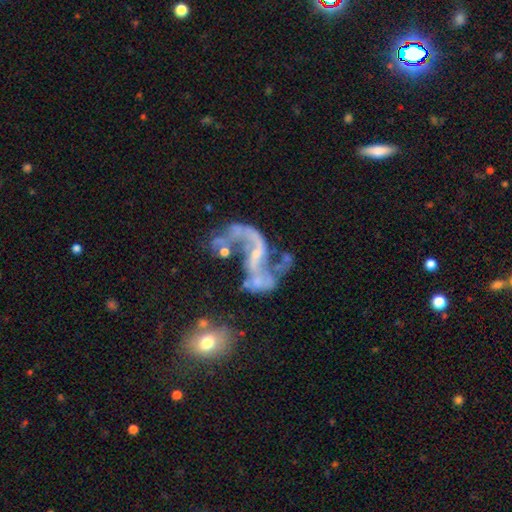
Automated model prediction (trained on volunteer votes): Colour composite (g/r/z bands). It shows a featured or disk galaxy (83%) with no bar (47%), 2 (80%) loose (84%) spiral arms (80%) and a small central bulge (50%). Merging: major disturbance (34%).